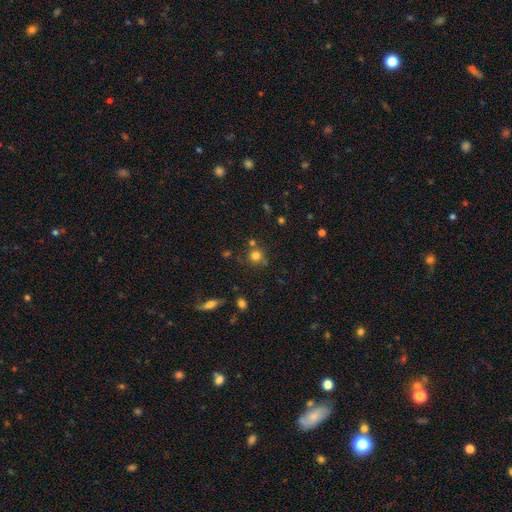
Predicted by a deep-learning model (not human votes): A smooth galaxy with no disk features (77%) that is round (91%). Merging: none (70%).